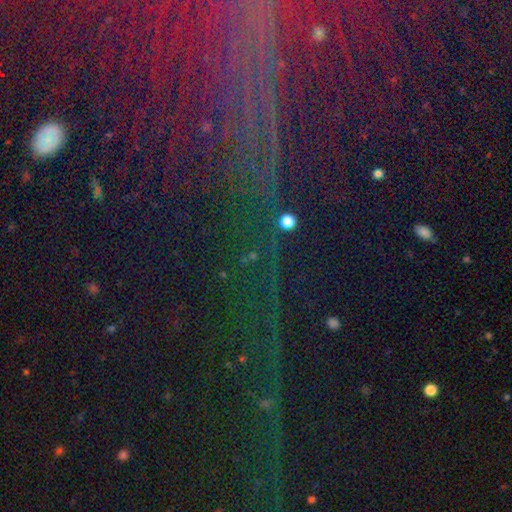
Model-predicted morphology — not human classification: smooth_or_featured: star or artifact (p=0.82) [alt: smooth p=0.09]